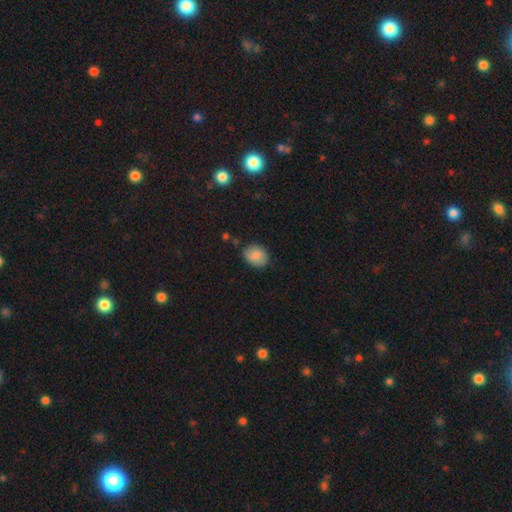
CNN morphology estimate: Q: Smooth or featured?
A: smooth (84%); runner-up: featured or disk (9%)
Q: How rounded?
A: in between (52%); runner-up: round (47%)
Q: Merging?
A: none (81%); runner-up: minor disturbance (14%)